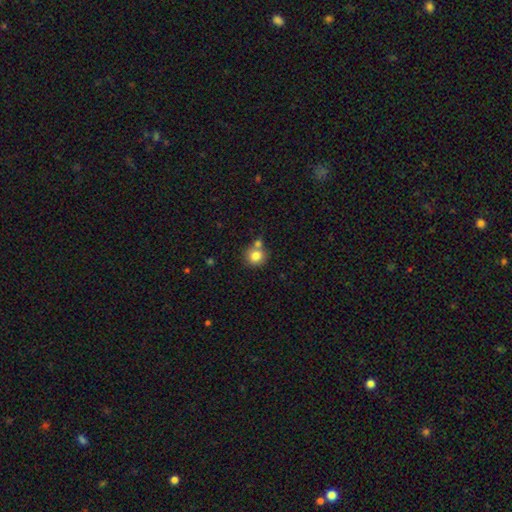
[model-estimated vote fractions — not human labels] This is clearly a smooth galaxy (82%). How rounded: clearly round (86%). Merging: possibly none (58%).